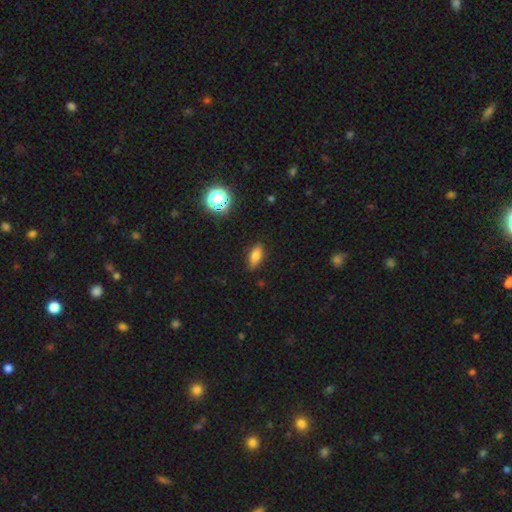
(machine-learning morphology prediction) smooth-or-featured: smooth: 74% | featured or disk: 14% | star or artifact: 12%
  how-rounded: in between: 78% | cigar-shaped: 17% | round: 5%
  merging: none: 84% | minor disturbance: 13% | major disturbance: 2% | merger: 1%